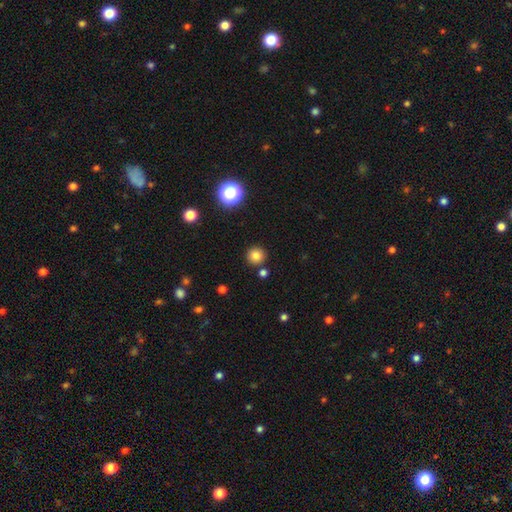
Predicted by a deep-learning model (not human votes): Smooth or featured?
  - smooth: 81% *
  - star or artifact: 14%
  - featured or disk: 6%
How rounded?
  - round: 94% *
  - in between: 5%
  - cigar-shaped: 1%
Merging?
  - none: 88% *
  - minor disturbance: 6%
  - merger: 5%
  - major disturbance: 2%